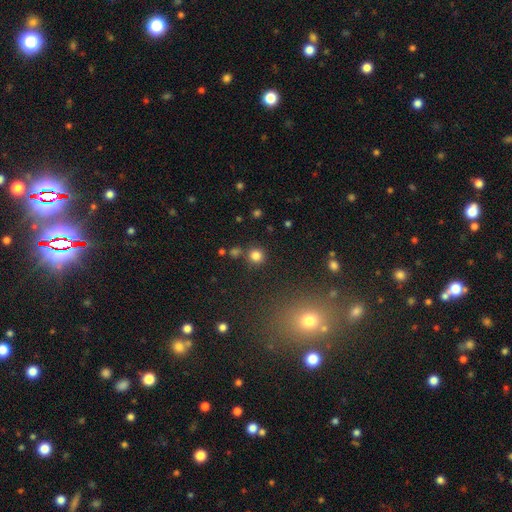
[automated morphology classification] Smooth or featured: smooth — 81% (star or artifact — 15%)
How rounded: round — 93% (in between — 6%)
Merging: none — 82% (merger — 8%)